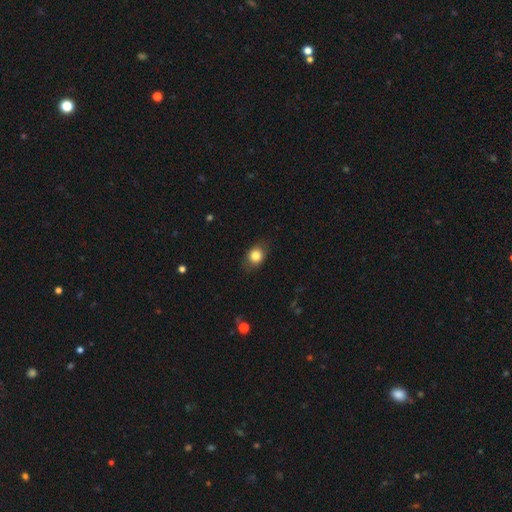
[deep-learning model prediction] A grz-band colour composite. It shows a smooth galaxy with no disk features (82%) that is in between round and cigar-shaped (53%). Merging: none (81%).